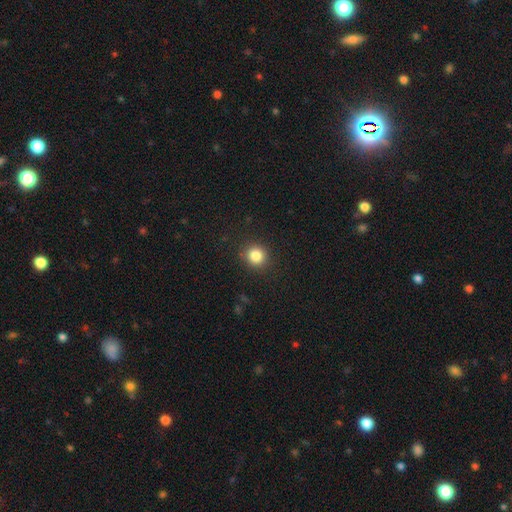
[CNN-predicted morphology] type=smooth (84%); roundness=round (88%); merging=none (89%).